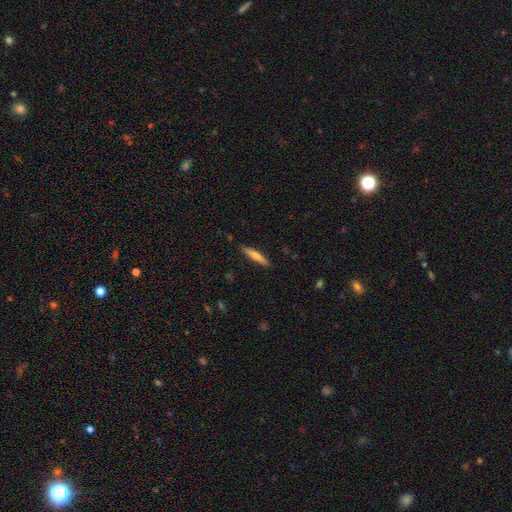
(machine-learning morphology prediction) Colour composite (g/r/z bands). It shows a smooth galaxy with no disk features (58%) that is cigar-shaped (89%). Merging: none (89%).